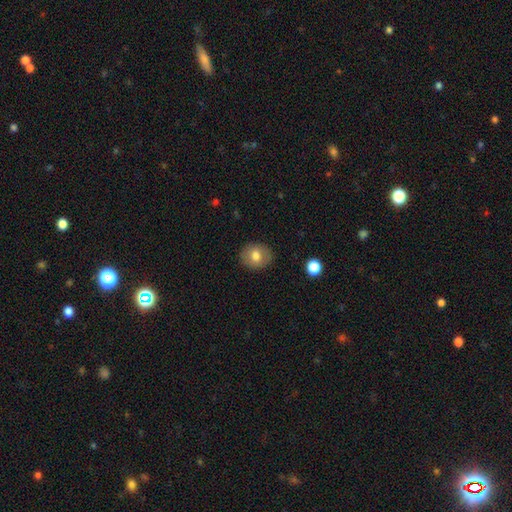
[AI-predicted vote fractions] Morphology: type=smooth (74%); roundness=round (65%); merging=none (86%).